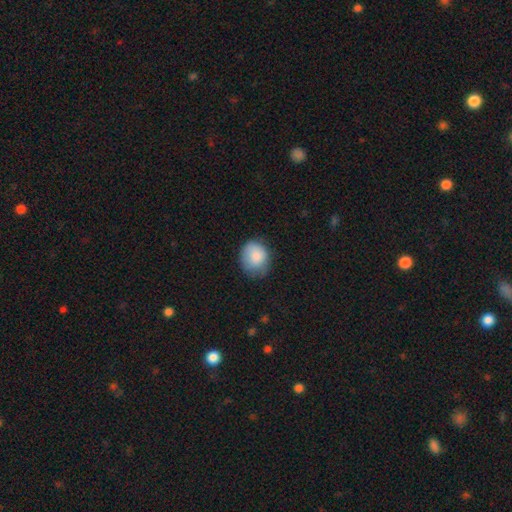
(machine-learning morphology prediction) Smooth or featured? Predicted: smooth (p=0.84). How rounded? Predicted: round (p=0.67). Merging? Predicted: none (p=0.61).